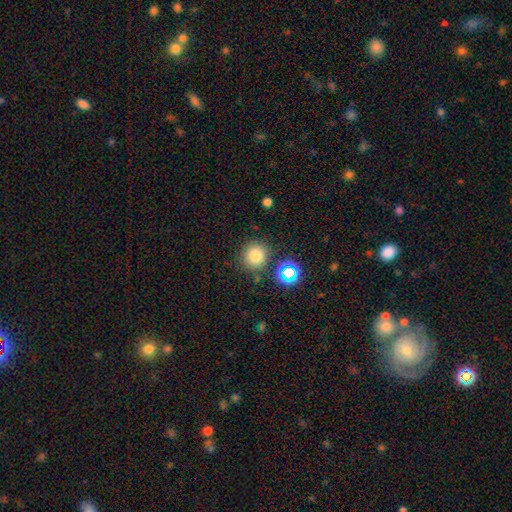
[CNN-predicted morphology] smooth_or_featured: smooth (p=0.77) [alt: star or artifact p=0.17]
how_rounded: round (p=0.88) [alt: in between p=0.11]
merging: none (p=0.81) [alt: minor disturbance p=0.10]